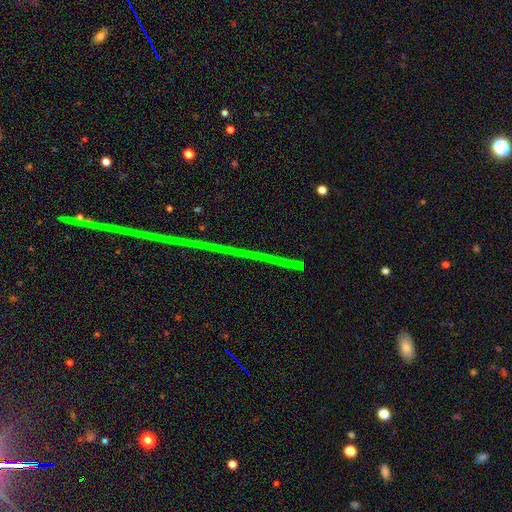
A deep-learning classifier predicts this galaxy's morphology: Smooth or featured: star or artifact — 85% (featured or disk — 9%)